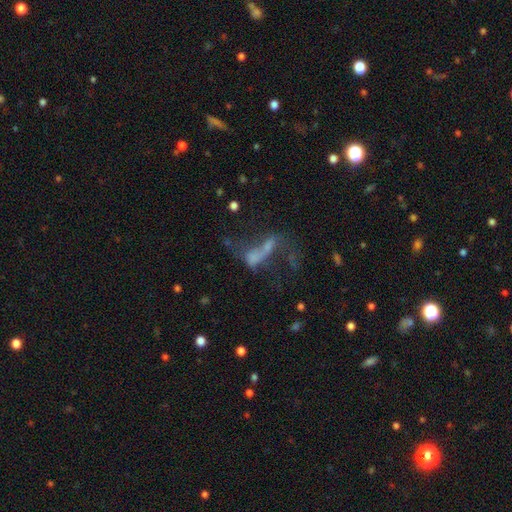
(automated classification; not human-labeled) This appears to be a featured or disk galaxy (41%). Merging: merger (40%).